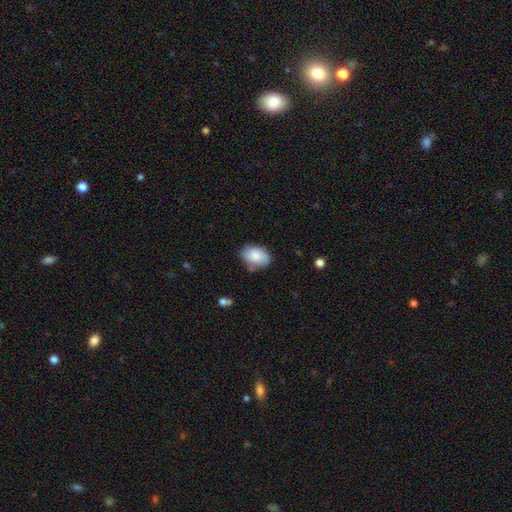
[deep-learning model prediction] smooth_or_featured: smooth (p=0.78) [alt: featured or disk p=0.15]
how_rounded: in between (p=0.80) [alt: round p=0.19]
merging: none (p=0.67) [alt: minor disturbance p=0.24]